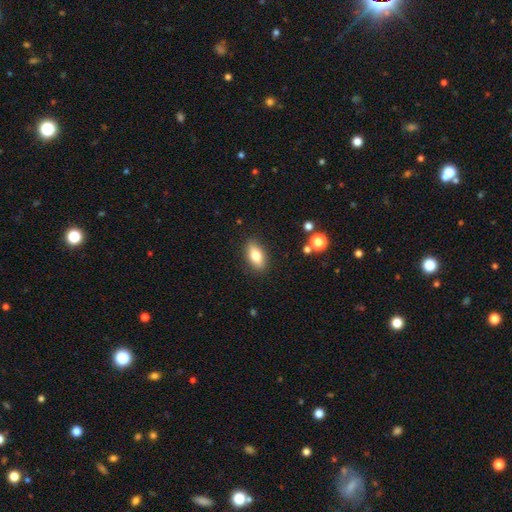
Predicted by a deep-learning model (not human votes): Overall: smooth (76%). How rounded: in between (85%). Merging: none (88%).